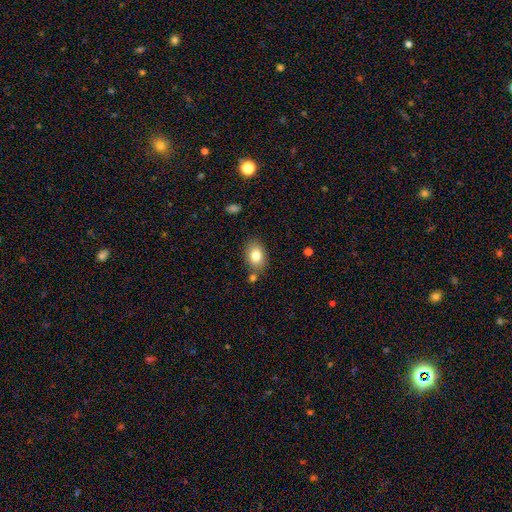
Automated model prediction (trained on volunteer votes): Morphology: type=smooth (80%); roundness=in between (78%); merging=none (77%).